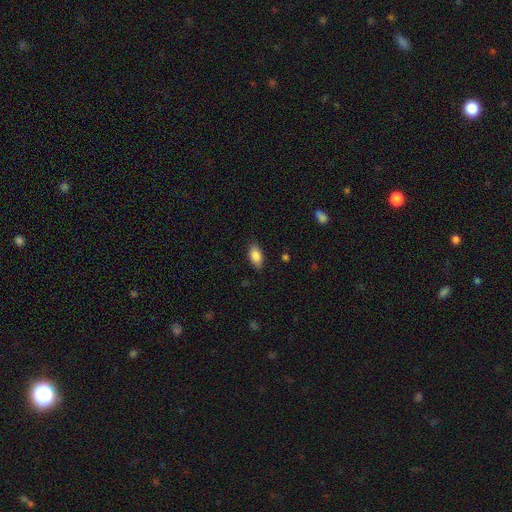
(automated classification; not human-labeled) The model was most divided on "merging": none: 85%, minor disturbance: 11%, major disturbance: 3%, merger: 1%. More confident: how rounded — in between (91%); smooth or featured — smooth (86%).